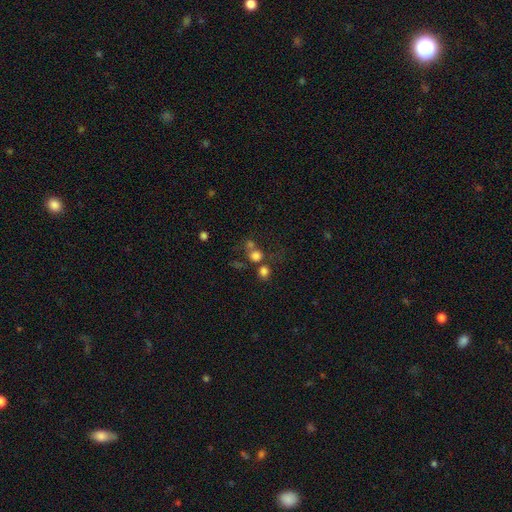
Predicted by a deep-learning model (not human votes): Smooth or featured?
  - smooth: 71% *
  - star or artifact: 19%
  - featured or disk: 10%
How rounded?
  - round: 86% *
  - in between: 13%
  - cigar-shaped: 1%
Merging?
  - none: 52% *
  - merger: 33%
  - minor disturbance: 8%
  - major disturbance: 7%